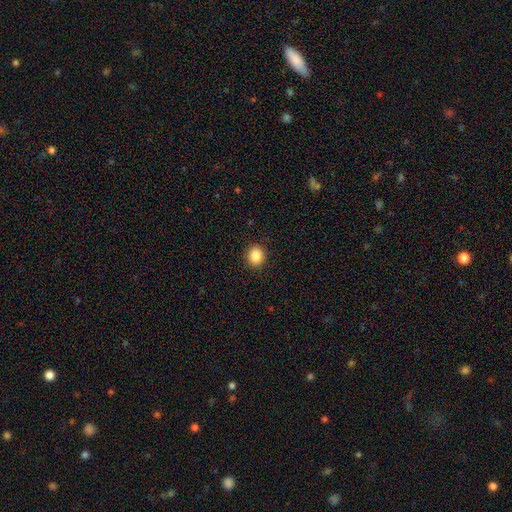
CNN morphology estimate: A smooth galaxy with no disk features (86%) that is round (74%). Merging: none (91%).